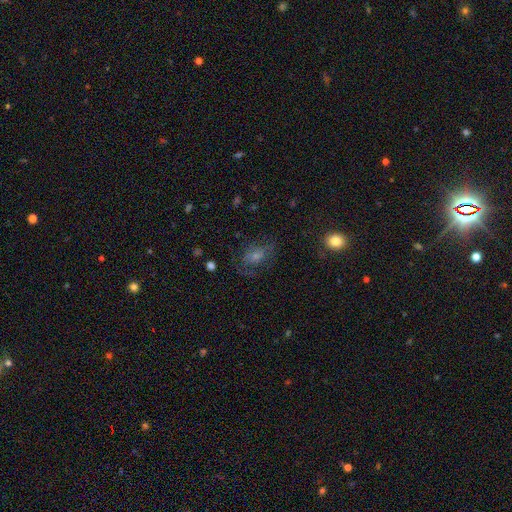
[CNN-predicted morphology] This appears to be a smooth galaxy with no disk features (51%) that is in between round and cigar-shaped (76%). Merging: none (54%).